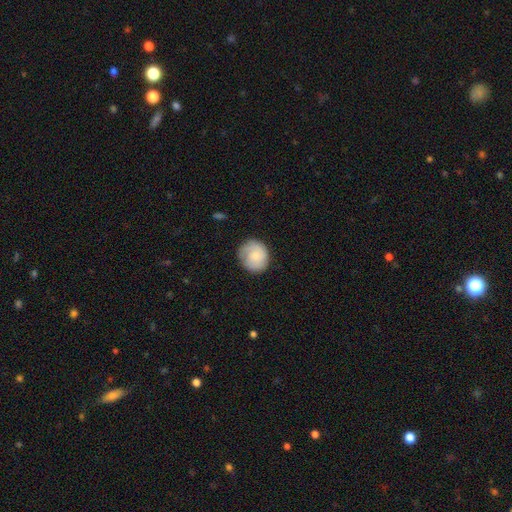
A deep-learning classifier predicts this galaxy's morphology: Q: Smooth or featured?
A: smooth (65%); runner-up: featured or disk (29%)
Q: How rounded?
A: round (83%); runner-up: in between (16%)
Q: Merging?
A: none (74%); runner-up: minor disturbance (19%)